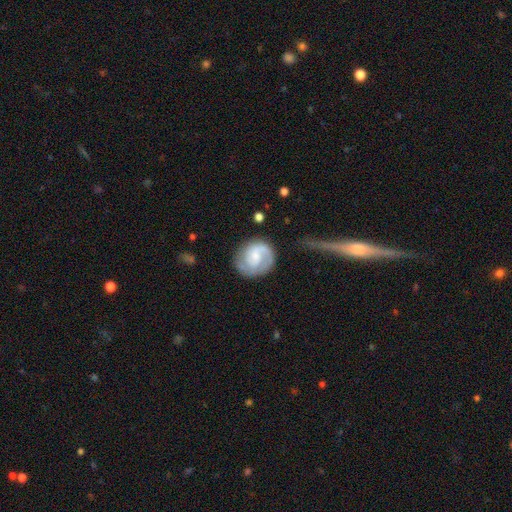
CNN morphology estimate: Smooth or featured?
  - featured or disk: 73% *
  - smooth: 21%
  - star or artifact: 6%
Edge-on disk?
  - no: 98% *
  - yes: 2%
Bar?
  - no: 50% *
  - weak: 43%
  - strong: 8%
Spiral arms?
  - yes: 94% *
  - no: 6%
Spiral winding?
  - tight: 43% *
  - medium: 41%
  - loose: 15%
Spiral arm count?
  - 2: 66% *
  - 1: 15%
  - can't tell: 11%
  - 3: 5%
  - 4: 2%
  - more than 4: 2%
Bulge size?
  - small: 45% *
  - moderate: 31%
  - none: 16%
  - large: 7%
  - dominant: 2%
Merging?
  - none: 72% *
  - minor disturbance: 17%
  - major disturbance: 9%
  - merger: 2%